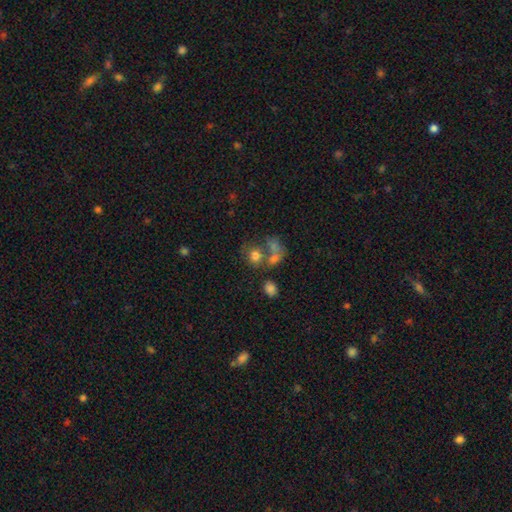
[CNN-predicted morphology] Smooth or featured?
  - smooth: 69% *
  - featured or disk: 18%
  - star or artifact: 13%
How rounded?
  - round: 65% *
  - in between: 33%
  - cigar-shaped: 1%
Merging?
  - merger: 42% *
  - none: 35%
  - major disturbance: 12%
  - minor disturbance: 11%